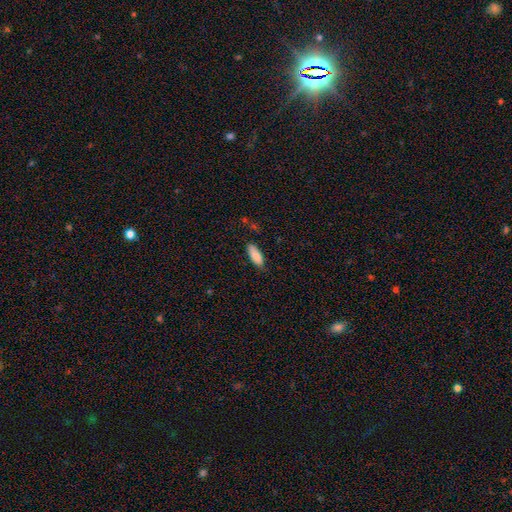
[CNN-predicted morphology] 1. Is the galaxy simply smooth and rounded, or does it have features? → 87% smooth, 7% featured or disk, 6% star or artifact.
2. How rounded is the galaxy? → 77% in between, 21% cigar-shaped, 2% round.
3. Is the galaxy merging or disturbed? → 77% none, 18% minor disturbance, 3% major disturbance, 2% merger.